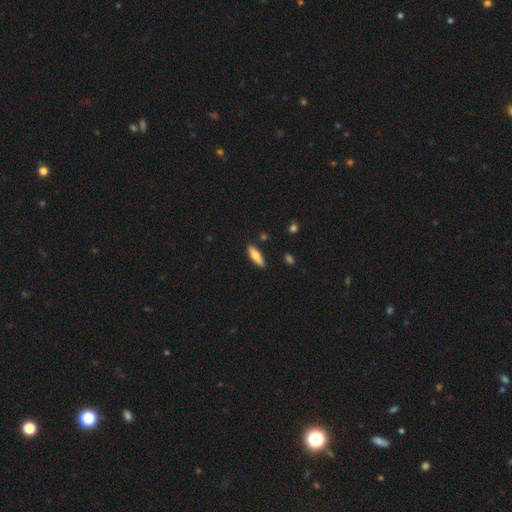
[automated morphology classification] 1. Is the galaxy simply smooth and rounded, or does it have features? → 72% smooth, 22% featured or disk, 6% star or artifact.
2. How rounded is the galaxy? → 55% cigar-shaped, 43% in between, 2% round.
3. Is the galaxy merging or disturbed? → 87% none, 9% minor disturbance, 2% major disturbance, 2% merger.